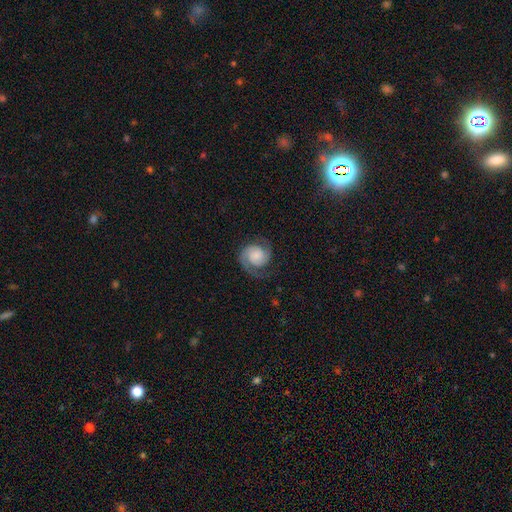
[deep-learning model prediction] Morphology: type=featured or disk (82%); edge-on=no (98%); bar=no (70%); spiral arms=yes (97%); winding=tight (45%); arm count=2 (90%); bulge=small (33%); merging=none (76%).